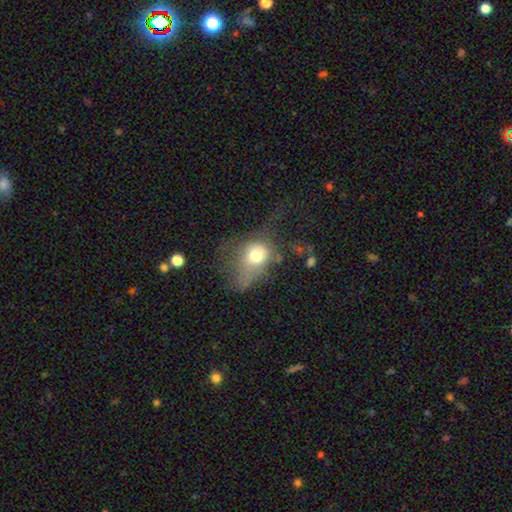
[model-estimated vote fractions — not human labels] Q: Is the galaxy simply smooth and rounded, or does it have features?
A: smooth — 63%.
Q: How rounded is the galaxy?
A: round — 49%, tied with in between.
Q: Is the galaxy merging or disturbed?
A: major disturbance — 54%.